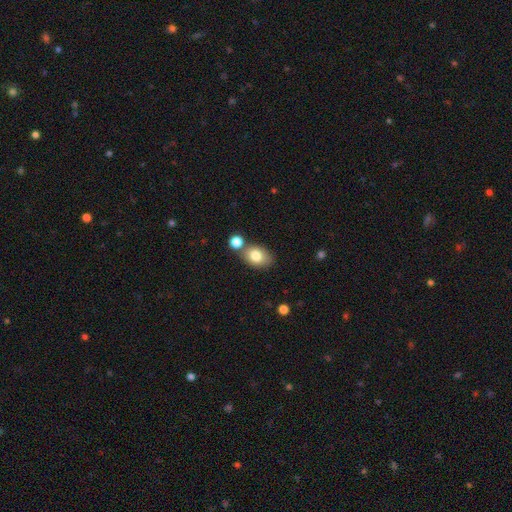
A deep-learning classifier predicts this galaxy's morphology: A smooth galaxy with no disk features (80%) that is in between round and cigar-shaped (79%). Merging: none (62%).